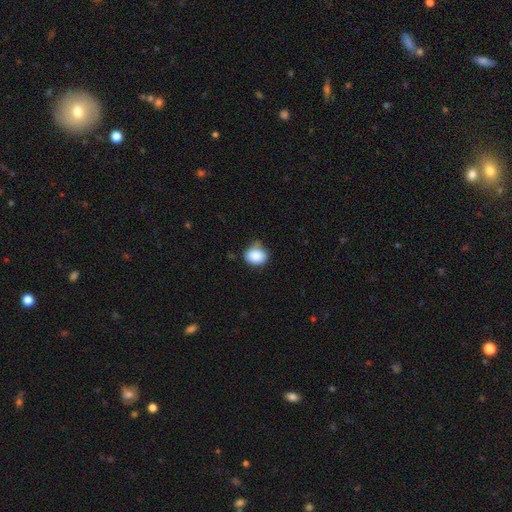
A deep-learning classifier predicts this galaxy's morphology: Smooth or featured: smooth — 86% (star or artifact — 9%)
How rounded: round — 54% (in between — 45%)
Merging: none — 60% (minor disturbance — 29%)